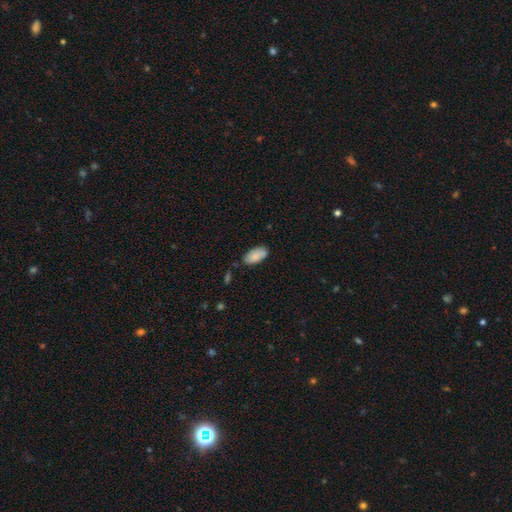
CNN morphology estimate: smooth-or-featured: smooth: 83% | featured or disk: 10% | star or artifact: 7%
  how-rounded: in between: 94% | cigar-shaped: 4% | round: 2%
  merging: none: 72% | minor disturbance: 20% | merger: 4% | major disturbance: 3%